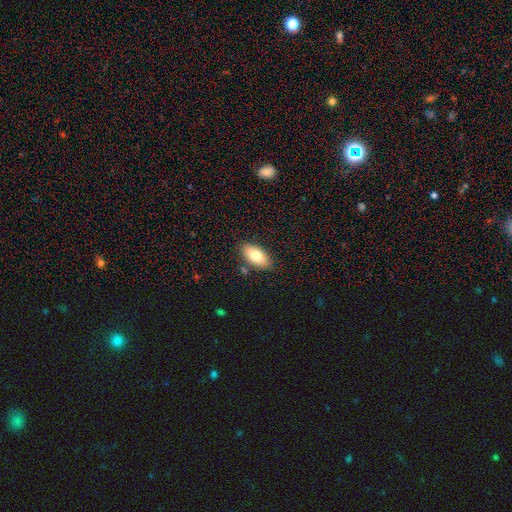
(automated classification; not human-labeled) Q: Smooth or featured?
A: smooth (77%); runner-up: featured or disk (16%)
Q: How rounded?
A: in between (92%); runner-up: cigar-shaped (4%)
Q: Merging?
A: none (84%); runner-up: minor disturbance (10%)